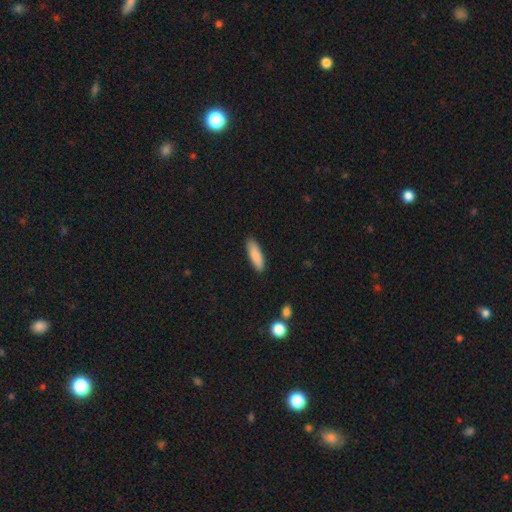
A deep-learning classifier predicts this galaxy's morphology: smooth_or_featured: smooth (p=0.85) [alt: featured or disk p=0.09]
how_rounded: cigar-shaped (p=0.53) [alt: in between p=0.45]
merging: none (p=0.88) [alt: minor disturbance p=0.09]